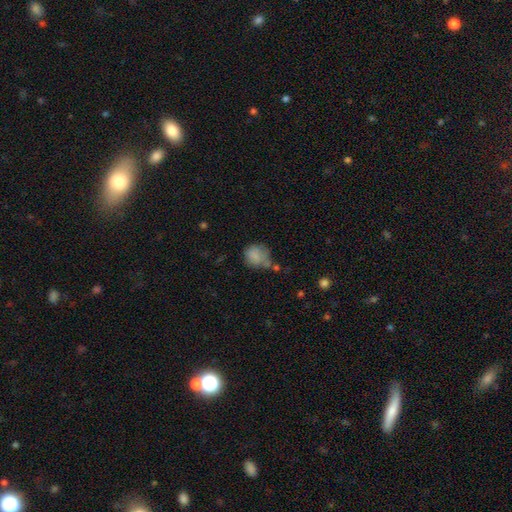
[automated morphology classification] type=smooth (81%); roundness=round (74%); merging=none (47%).